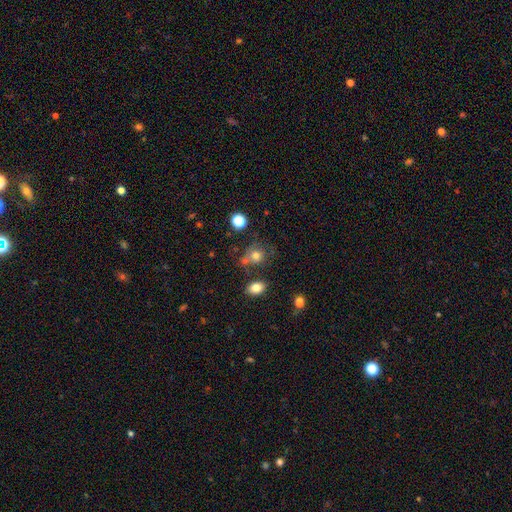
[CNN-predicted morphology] smooth-or-featured: smooth: 73% | star or artifact: 14% | featured or disk: 13%
  how-rounded: round: 65% | in between: 34% | cigar-shaped: 1%
  merging: none: 53% | minor disturbance: 21% | merger: 14% | major disturbance: 11%